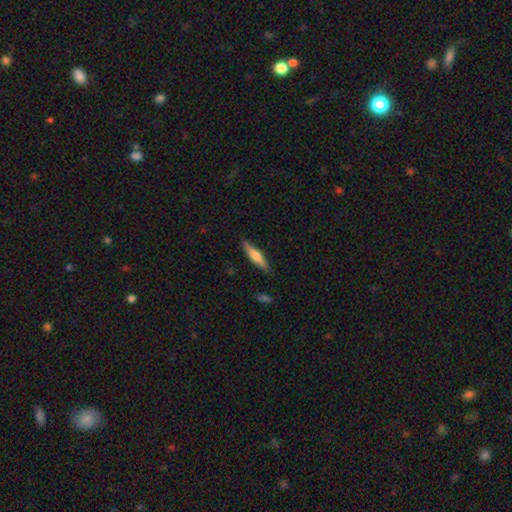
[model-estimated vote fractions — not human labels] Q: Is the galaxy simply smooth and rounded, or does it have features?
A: smooth — 53%.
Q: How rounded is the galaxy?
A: cigar-shaped — 81%.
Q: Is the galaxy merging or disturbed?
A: none — 86%.